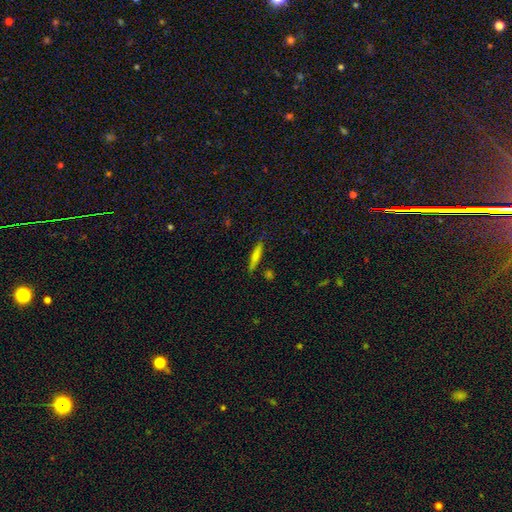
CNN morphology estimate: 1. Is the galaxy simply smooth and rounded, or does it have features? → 57% smooth, 34% featured or disk, 9% star or artifact.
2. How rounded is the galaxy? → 90% cigar-shaped, 8% in between, 2% round.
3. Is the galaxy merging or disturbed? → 85% none, 10% minor disturbance, 3% merger, 2% major disturbance.